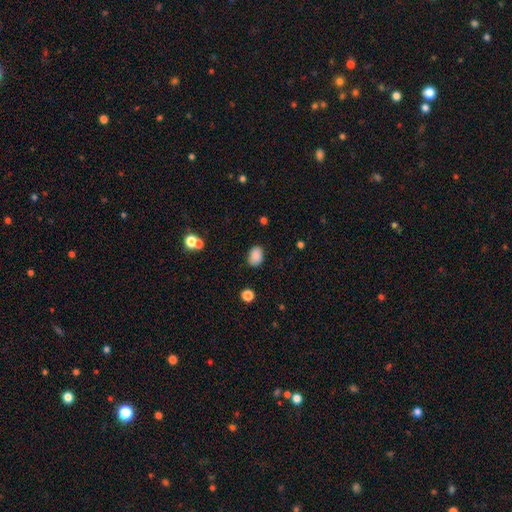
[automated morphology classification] smooth 88%, star or artifact 9%, featured or disk 4%. Down the decision tree: how rounded — in between (79%); merging — none (83%).